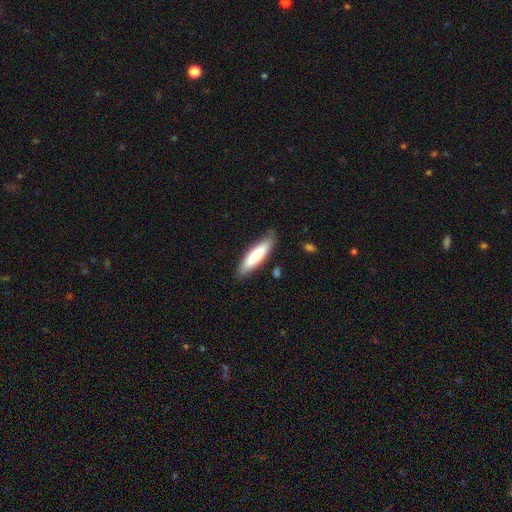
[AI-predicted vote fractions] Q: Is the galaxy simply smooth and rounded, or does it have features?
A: smooth — 78%.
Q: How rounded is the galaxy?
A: cigar-shaped — 70%.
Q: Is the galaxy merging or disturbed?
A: none — 82%.